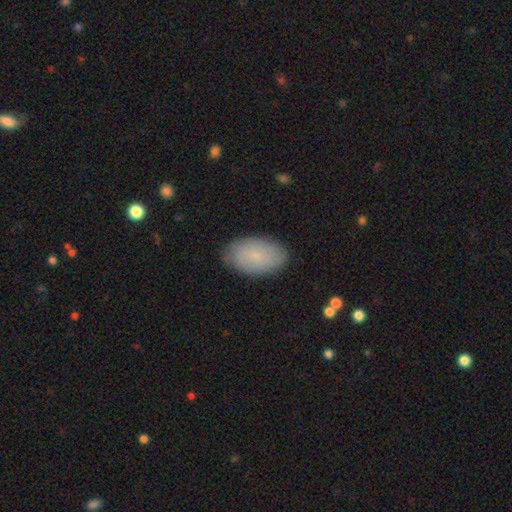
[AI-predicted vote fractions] The model was most divided on "smooth or featured": smooth: 80%, featured or disk: 13%, star or artifact: 7%. More confident: how rounded — in between (94%); merging — none (86%).